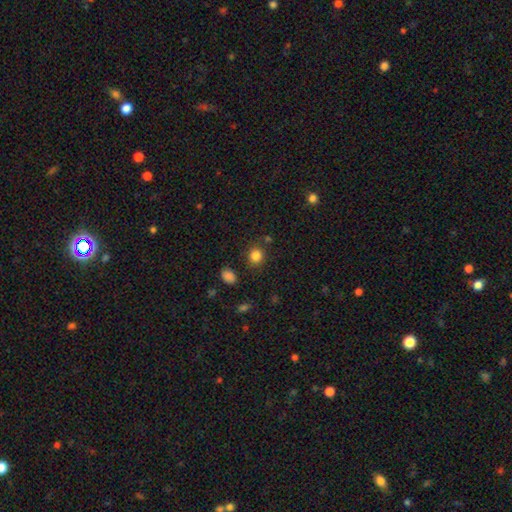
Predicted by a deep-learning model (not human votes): smooth 84%, star or artifact 12%, featured or disk 4%. Down the decision tree: how rounded — round (81%); merging — none (83%).